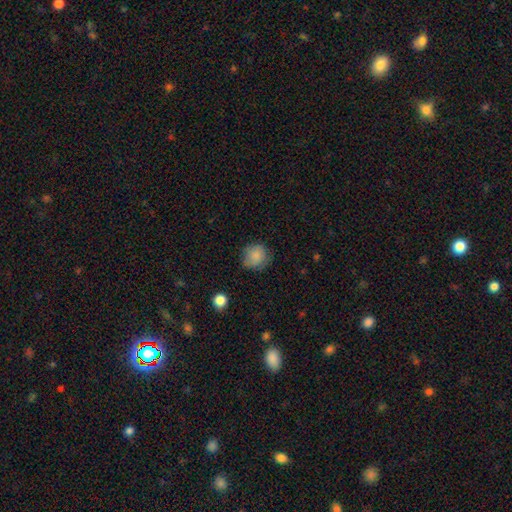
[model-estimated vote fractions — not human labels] smooth-or-featured: smooth: 85% | star or artifact: 8% | featured or disk: 7%
  how-rounded: round: 85% | in between: 14% | cigar-shaped: 1%
  merging: none: 74% | minor disturbance: 20% | major disturbance: 5% | merger: 1%